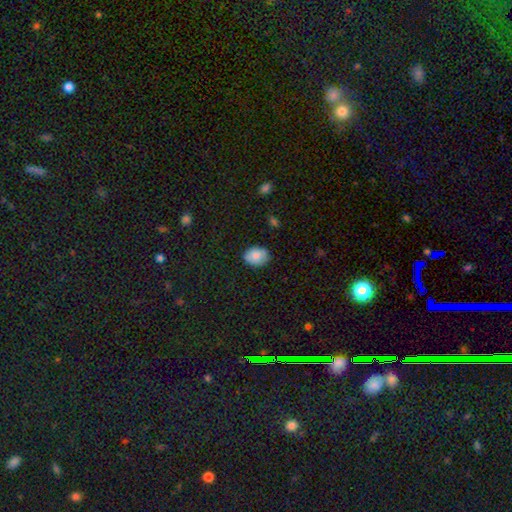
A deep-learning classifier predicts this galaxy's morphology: smooth-or-featured: smooth: 83% | featured or disk: 10% | star or artifact: 7%
  how-rounded: in between: 61% | round: 38% | cigar-shaped: 1%
  merging: none: 79% | minor disturbance: 17% | major disturbance: 3% | merger: 1%